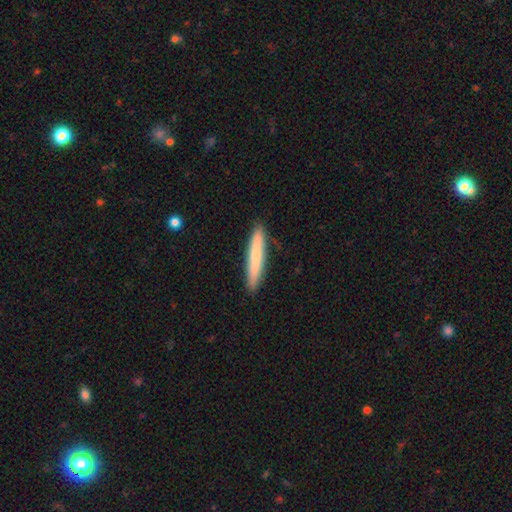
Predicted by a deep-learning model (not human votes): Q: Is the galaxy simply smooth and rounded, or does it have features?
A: smooth — 71%.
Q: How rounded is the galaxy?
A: cigar-shaped — 93%.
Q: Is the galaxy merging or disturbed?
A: none — 89%.